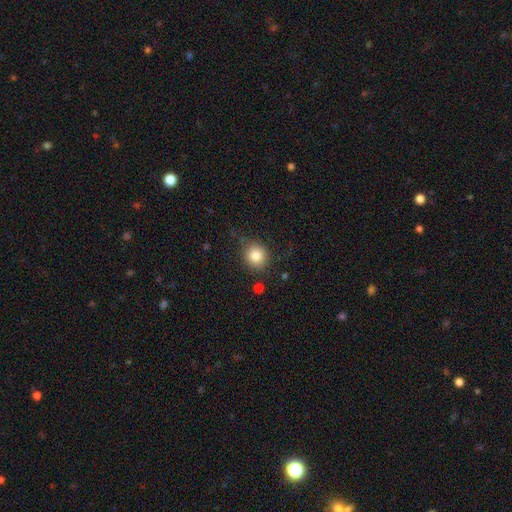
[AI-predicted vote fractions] Smooth or featured?
  - smooth: 85% *
  - star or artifact: 10%
  - featured or disk: 6%
How rounded?
  - round: 85% *
  - in between: 14%
  - cigar-shaped: 1%
Merging?
  - none: 84% *
  - minor disturbance: 11%
  - major disturbance: 3%
  - merger: 2%